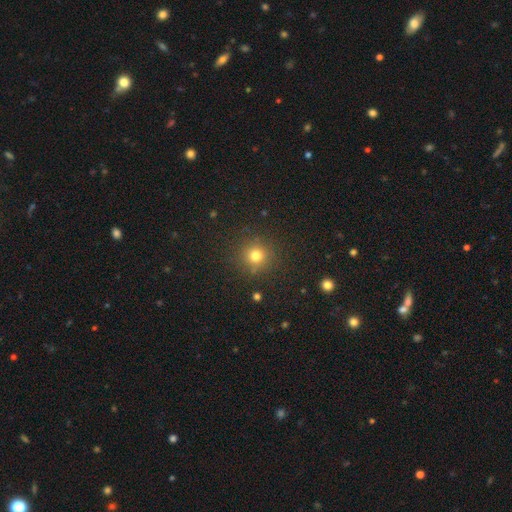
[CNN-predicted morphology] type=smooth (77%); roundness=round (93%); merging=none (87%).